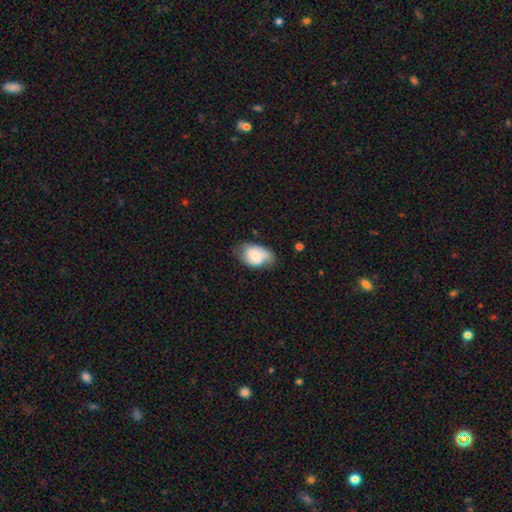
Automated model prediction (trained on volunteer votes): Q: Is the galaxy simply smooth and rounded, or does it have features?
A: smooth — 57%.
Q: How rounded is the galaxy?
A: in between — 85%.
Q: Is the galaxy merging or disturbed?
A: none — 51%.